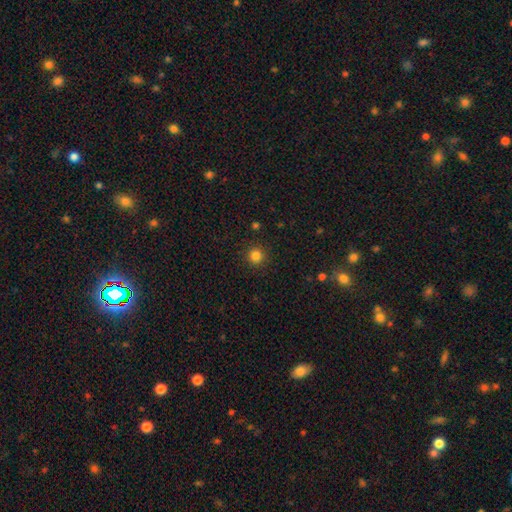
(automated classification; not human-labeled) The model was most divided on "smooth or featured": smooth: 83%, star or artifact: 13%, featured or disk: 4%. More confident: how rounded — round (96%); merging — none (92%).